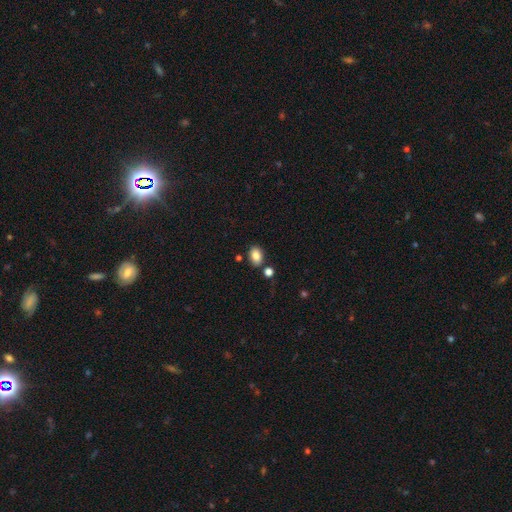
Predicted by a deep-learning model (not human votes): A smooth galaxy with no disk features (85%) that is in between round and cigar-shaped (81%). Merging: none (79%).